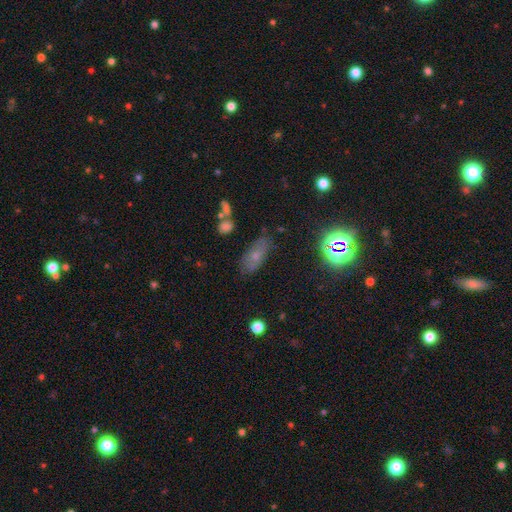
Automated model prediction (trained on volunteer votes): smooth_or_featured: smooth (p=0.58) [alt: featured or disk p=0.23]
how_rounded: in between (p=0.79) [alt: cigar-shaped p=0.15]
merging: none (p=0.72) [alt: minor disturbance p=0.18]